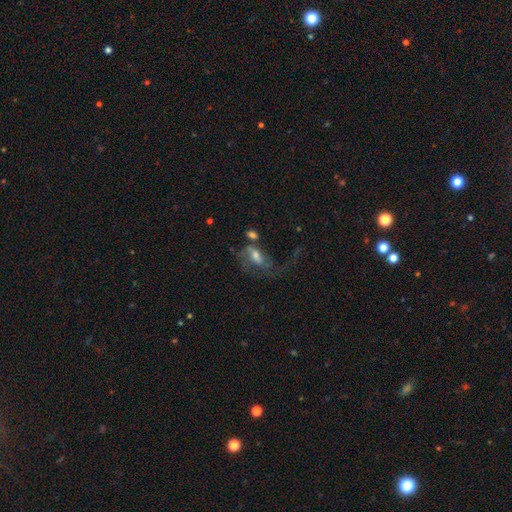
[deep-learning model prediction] Overall: featured or disk (56%; smooth 33%). Edge-on disk: no (92%). Bar: no (44%; weak 40%). Spiral arms: yes (68%; no 32%). Bulge size: moderate (51%; small 26%). Merging: major disturbance (42%; none 25%).